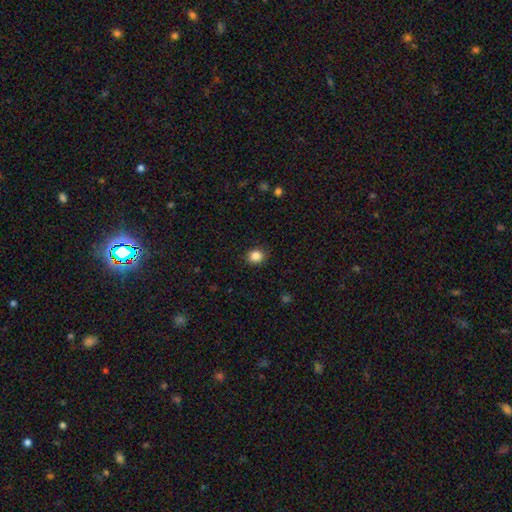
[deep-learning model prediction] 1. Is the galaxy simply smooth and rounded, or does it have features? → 85% smooth, 11% star or artifact, 4% featured or disk.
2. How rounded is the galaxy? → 74% round, 25% in between, 1% cigar-shaped.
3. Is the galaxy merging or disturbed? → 91% none, 6% minor disturbance, 2% major disturbance, 1% merger.